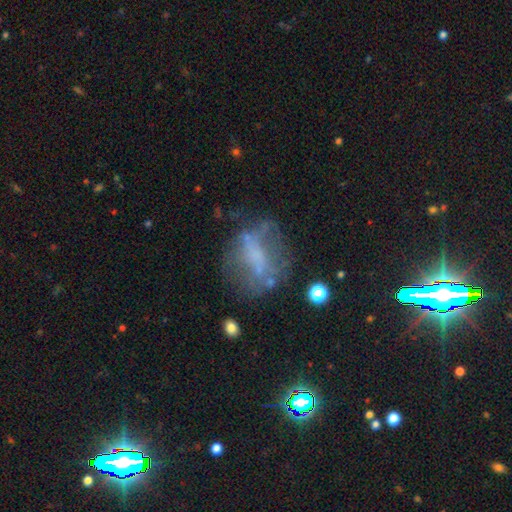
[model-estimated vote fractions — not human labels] This is possibly a featured or disk galaxy (49%). Merging: possibly none (51%).